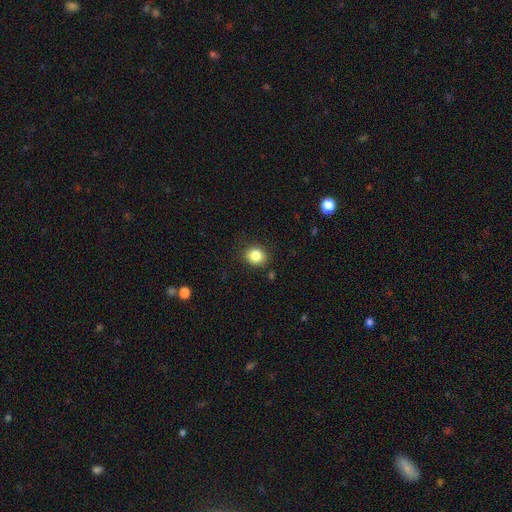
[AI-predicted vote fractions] Morphology: type=smooth (85%); roundness=round (67%); merging=none (85%).